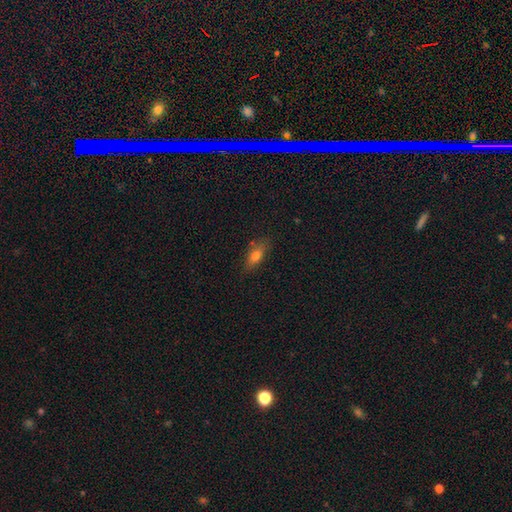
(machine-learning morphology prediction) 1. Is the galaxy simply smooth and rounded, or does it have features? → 73% smooth, 17% featured or disk, 9% star or artifact.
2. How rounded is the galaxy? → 73% in between, 22% cigar-shaped, 5% round.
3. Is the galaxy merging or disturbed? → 77% none, 17% minor disturbance, 4% major disturbance, 2% merger.